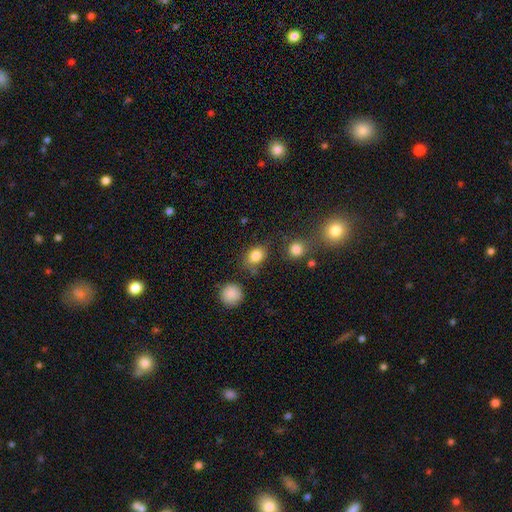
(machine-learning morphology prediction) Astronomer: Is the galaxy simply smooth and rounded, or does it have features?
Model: smooth — 83%.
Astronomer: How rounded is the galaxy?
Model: in between — 54% (runner-up: round, 45%).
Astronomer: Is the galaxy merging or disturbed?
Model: none — 71%.